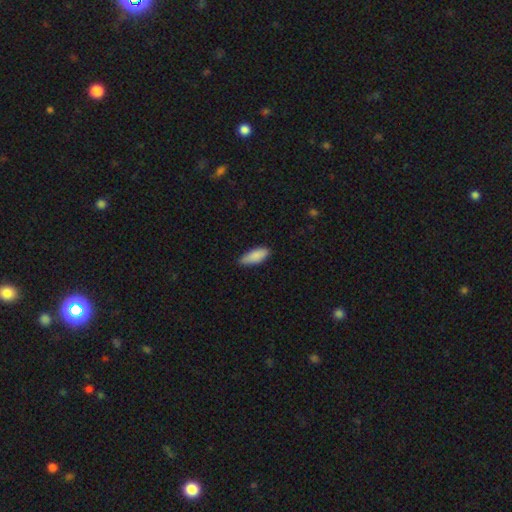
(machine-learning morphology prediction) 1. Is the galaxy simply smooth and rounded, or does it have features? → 88% smooth, 6% featured or disk, 6% star or artifact.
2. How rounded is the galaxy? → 77% in between, 22% cigar-shaped, 2% round.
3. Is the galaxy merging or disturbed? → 76% none, 20% minor disturbance, 2% major disturbance, 1% merger.